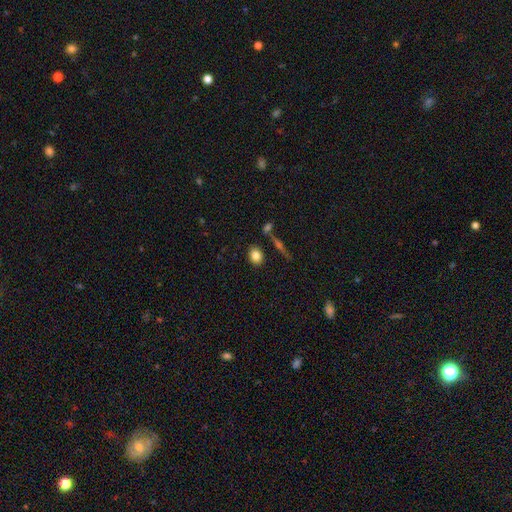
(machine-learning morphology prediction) Overall: smooth (82%). How rounded: in between (55%; round 43%). Merging: none (82%).